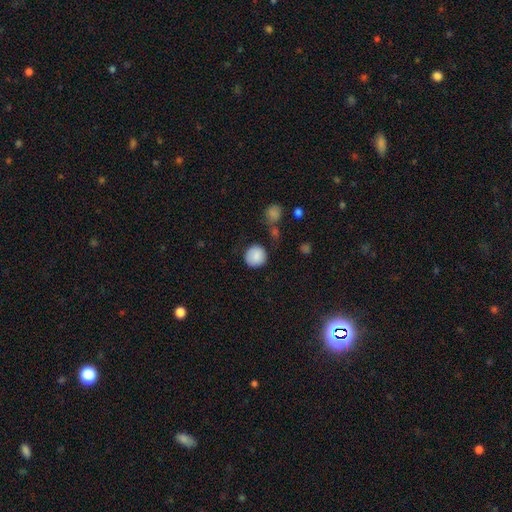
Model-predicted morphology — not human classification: Overall: smooth (86%). How rounded: round (91%). Merging: none (82%).